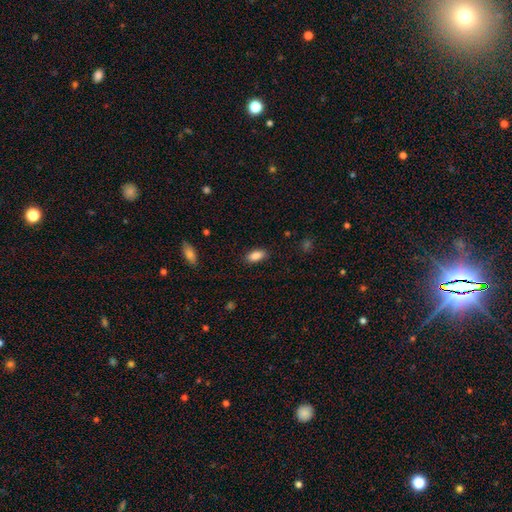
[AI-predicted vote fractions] Smooth or featured: smooth — 87% (star or artifact — 8%)
How rounded: in between — 89% (cigar-shaped — 8%)
Merging: none — 87% (minor disturbance — 9%)